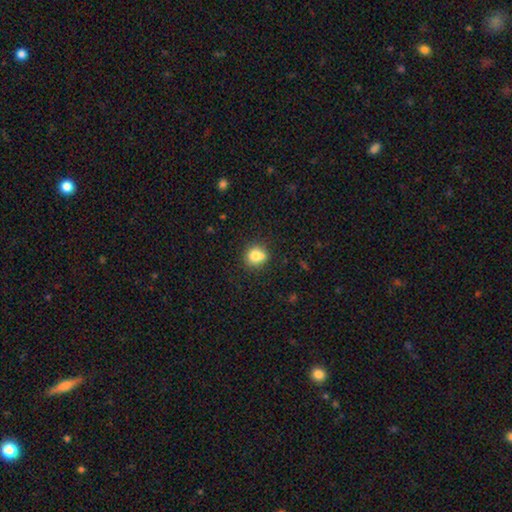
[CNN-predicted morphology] This is likely a smooth galaxy (79%). How rounded: clearly round (83%). Merging: likely none (65%).